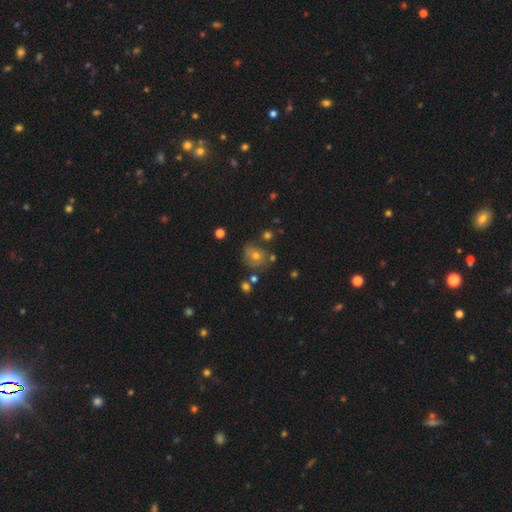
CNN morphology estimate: smooth-or-featured: smooth: 53% | featured or disk: 25% | star or artifact: 22%
  how-rounded: round: 72% | in between: 27% | cigar-shaped: 1%
  merging: none: 70% | minor disturbance: 17% | merger: 7% | major disturbance: 6%